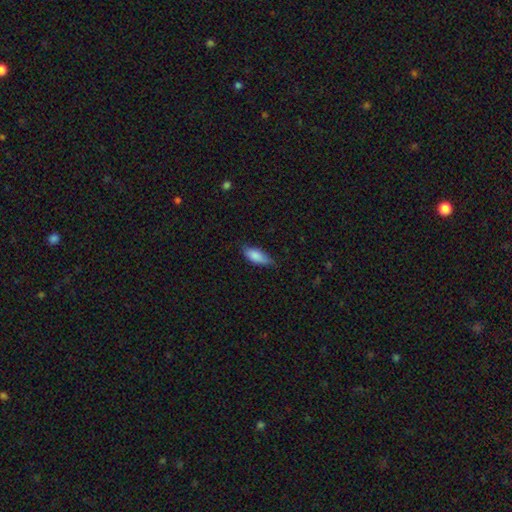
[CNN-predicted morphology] Smooth or featured: smooth — 85% (featured or disk — 8%)
How rounded: in between — 81% (cigar-shaped — 17%)
Merging: none — 69% (minor disturbance — 26%)